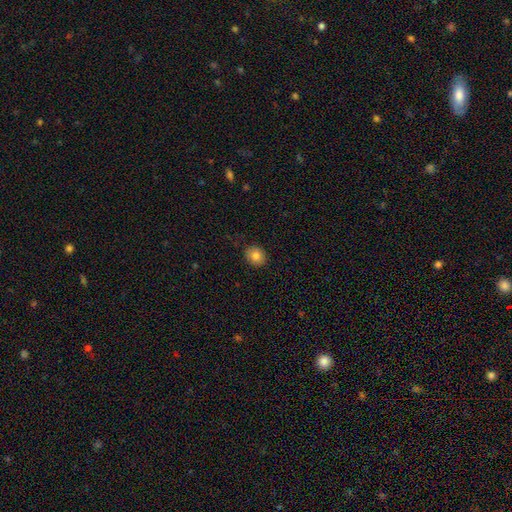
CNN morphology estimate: Smooth or featured?
  - smooth: 82% *
  - star or artifact: 9%
  - featured or disk: 8%
How rounded?
  - round: 68% *
  - in between: 31%
  - cigar-shaped: 1%
Merging?
  - none: 88% *
  - minor disturbance: 9%
  - major disturbance: 2%
  - merger: 1%